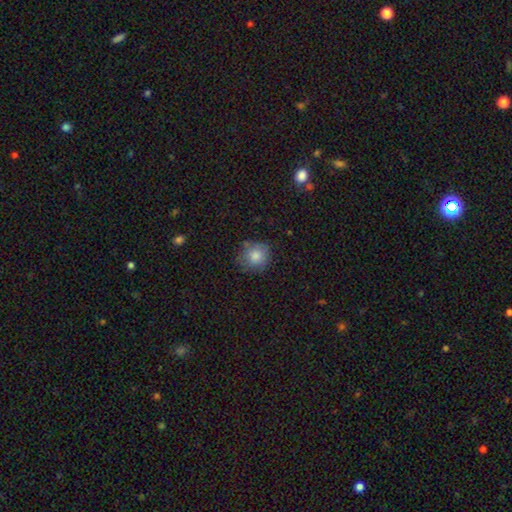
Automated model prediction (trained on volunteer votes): Smooth or featured: smooth — 79% (featured or disk — 11%)
How rounded: round — 86% (in between — 13%)
Merging: none — 66% (minor disturbance — 24%)